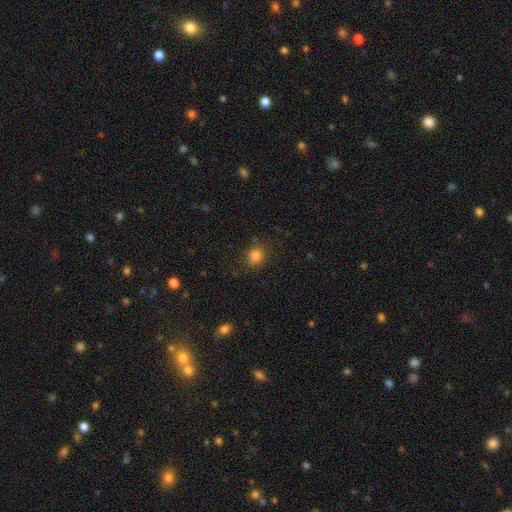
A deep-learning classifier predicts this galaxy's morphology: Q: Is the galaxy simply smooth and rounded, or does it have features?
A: smooth — 82%.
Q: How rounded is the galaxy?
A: round — 80%.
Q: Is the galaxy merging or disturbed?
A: none — 82%.